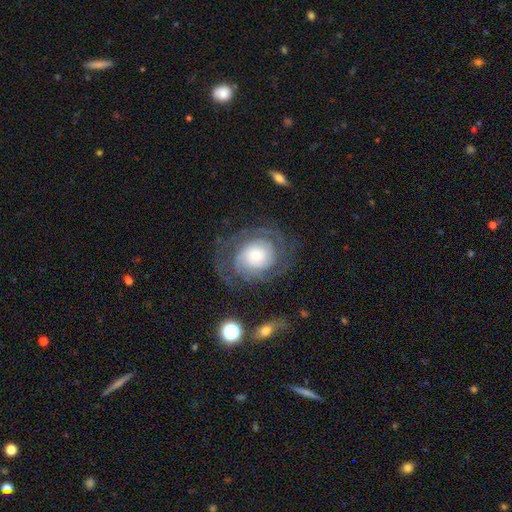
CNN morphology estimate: Overall: featured or disk (80%). Edge-on disk: no (97%). Bar: no (79%). Spiral arms: yes (92%). Spiral arm count: 2 (37%; can't tell 30%). Spiral winding: tight (66%). Bulge size: small (45%; moderate 33%). Merging: none (72%).